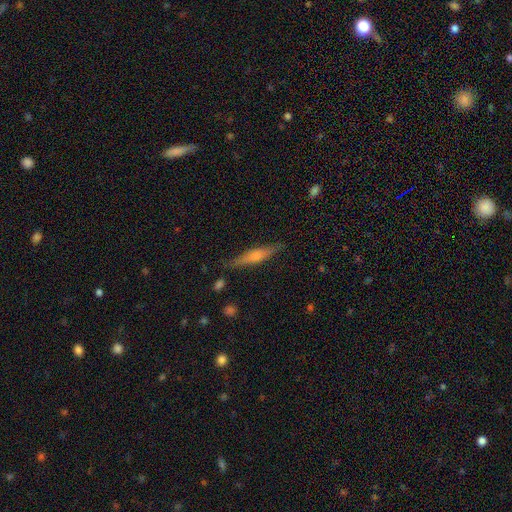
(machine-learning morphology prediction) featured or disk 65%, smooth 28%, star or artifact 7%. Down the decision tree: edge-on disk — yes (96%); edge-on bulge — rounded (81%); merging — none (86%).